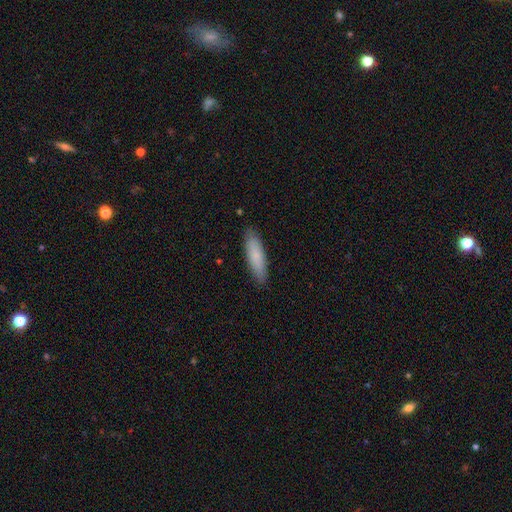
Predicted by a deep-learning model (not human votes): Smooth or featured: smooth — 80% (featured or disk — 14%)
How rounded: cigar-shaped — 68% (in between — 31%)
Merging: none — 88% (minor disturbance — 9%)